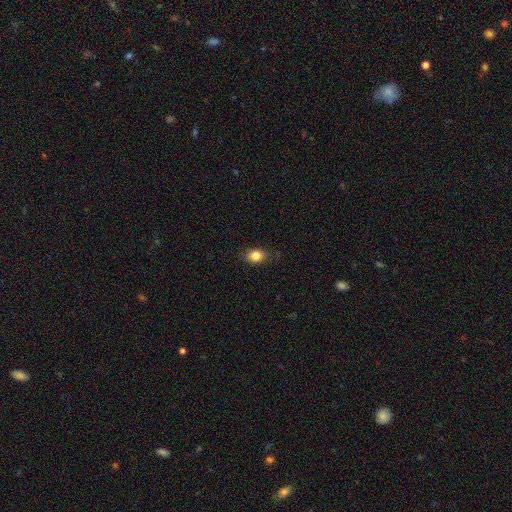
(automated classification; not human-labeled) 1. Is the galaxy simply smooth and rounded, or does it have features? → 83% smooth, 10% star or artifact, 7% featured or disk.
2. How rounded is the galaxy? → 61% in between, 37% round, 2% cigar-shaped.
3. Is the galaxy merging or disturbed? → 80% none, 16% minor disturbance, 3% major disturbance, 1% merger.